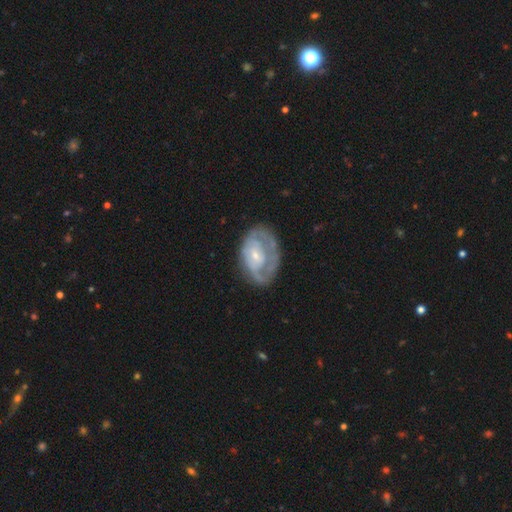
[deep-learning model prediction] Smooth or featured: featured or disk — 71% (smooth — 23%)
Edge-on disk: no — 96% (yes — 4%)
Bar: no — 64% (weak — 30%)
Spiral arms: yes — 69% (no — 31%)
Bulge size: small — 62% (moderate — 32%)
Merging: none — 57% (minor disturbance — 25%)